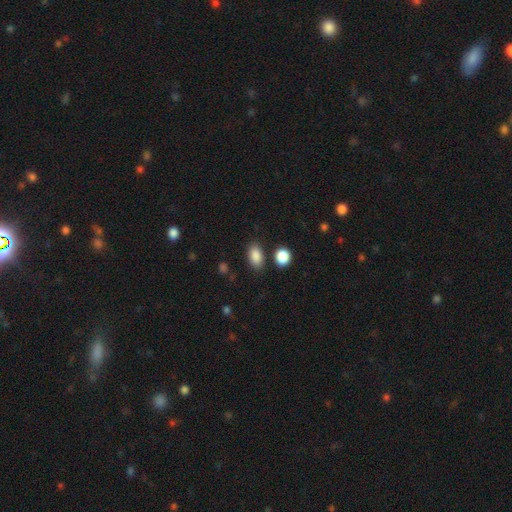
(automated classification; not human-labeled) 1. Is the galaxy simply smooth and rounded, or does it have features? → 88% smooth, 8% star or artifact, 4% featured or disk.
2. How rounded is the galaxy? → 89% in between, 9% round, 2% cigar-shaped.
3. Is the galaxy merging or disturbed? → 80% none, 11% minor disturbance, 6% merger, 3% major disturbance.